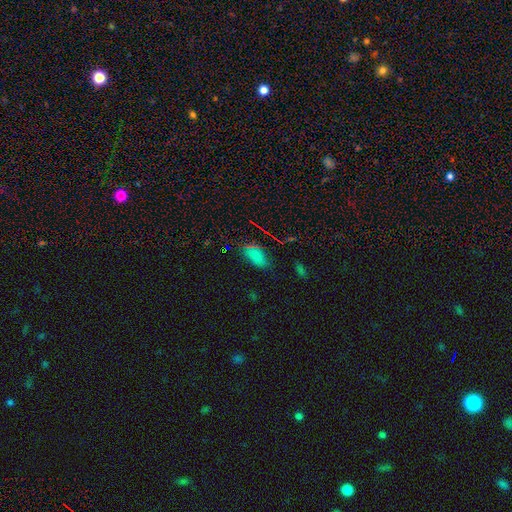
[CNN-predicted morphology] Q: Smooth or featured?
A: smooth (66%); runner-up: star or artifact (27%)
Q: How rounded?
A: in between (91%); runner-up: round (5%)
Q: Merging?
A: none (72%); runner-up: minor disturbance (19%)